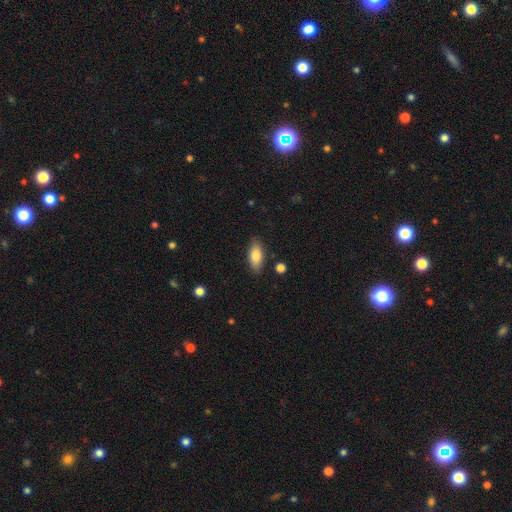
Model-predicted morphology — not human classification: smooth 79%, featured or disk 14%, star or artifact 7%. Down the decision tree: how rounded — in between (84%); merging — none (84%).